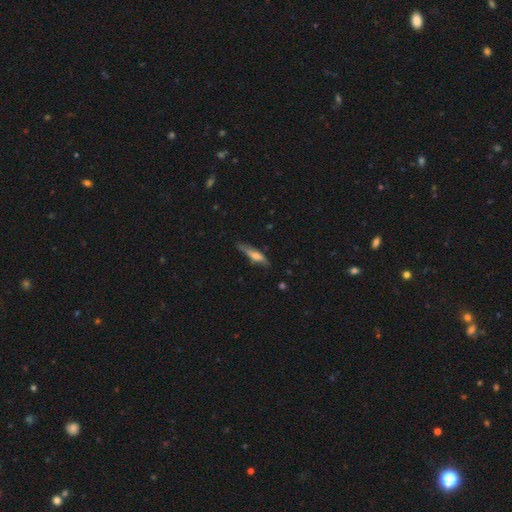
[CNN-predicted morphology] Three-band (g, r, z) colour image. It shows a featured or disk galaxy (48%). Merging: none (67%).